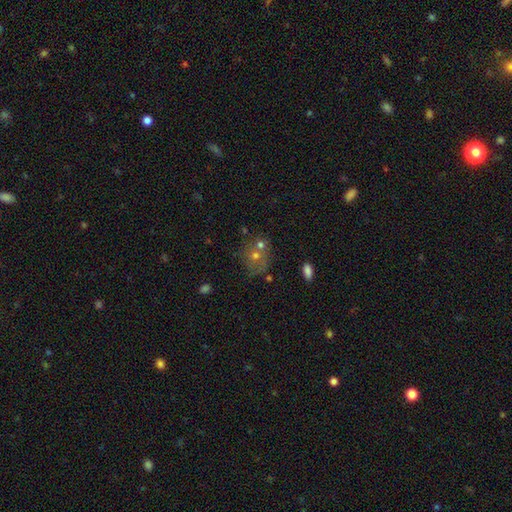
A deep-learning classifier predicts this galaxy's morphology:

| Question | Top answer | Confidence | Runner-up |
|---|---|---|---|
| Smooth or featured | smooth | 46% | featured or disk (32%) |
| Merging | none | 48% | merger (26%) |